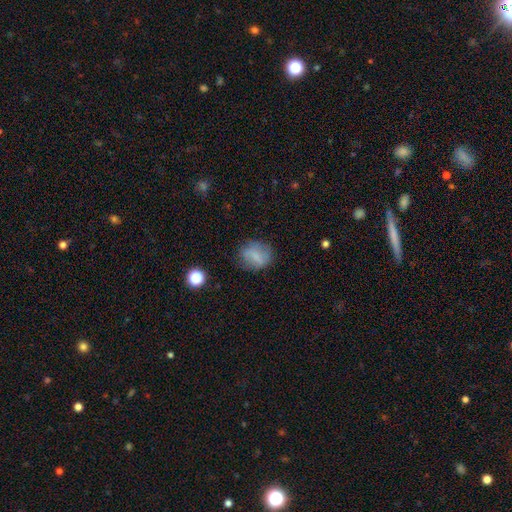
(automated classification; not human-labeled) smooth-or-featured: smooth: 70% | featured or disk: 20% | star or artifact: 11%
  how-rounded: round: 61% | in between: 37% | cigar-shaped: 2%
  merging: none: 69% | minor disturbance: 20% | major disturbance: 8% | merger: 2%